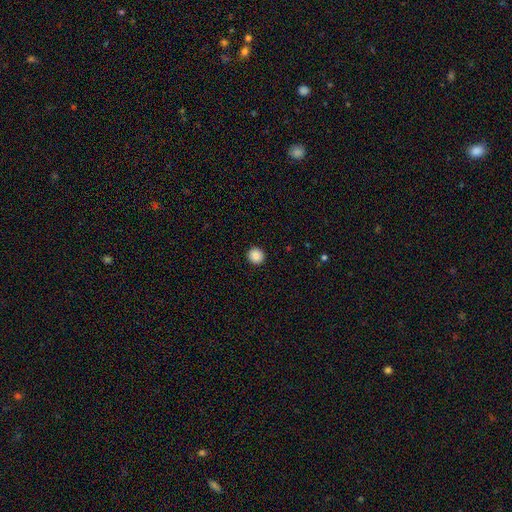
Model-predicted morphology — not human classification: type=smooth (88%); roundness=round (90%); merging=none (93%).